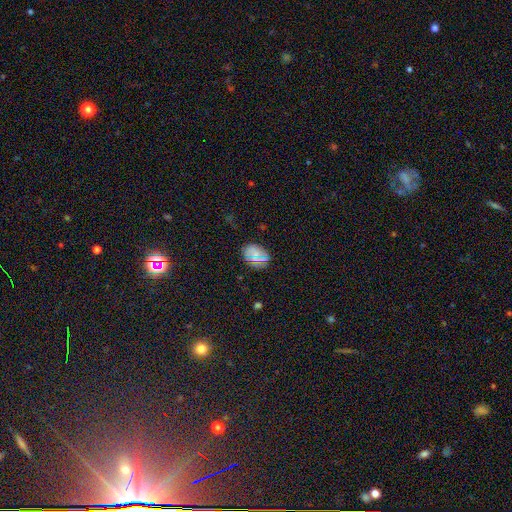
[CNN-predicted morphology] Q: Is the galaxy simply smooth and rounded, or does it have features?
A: smooth — 70%.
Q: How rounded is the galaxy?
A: in between — 64%.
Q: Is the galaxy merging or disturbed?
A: none — 83%.